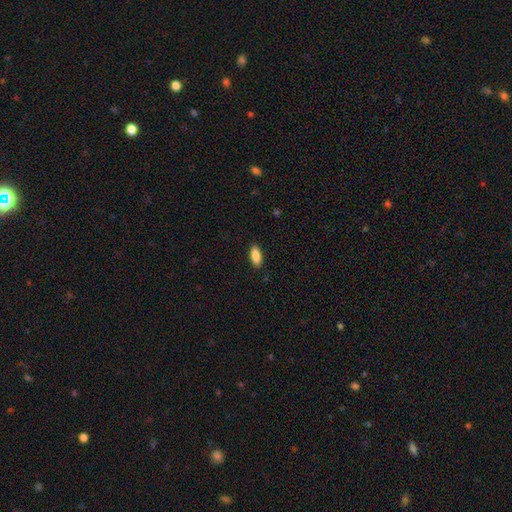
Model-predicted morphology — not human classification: Smooth or featured? smooth (88%)
How rounded? in between (84%)
Merging? none (89%)